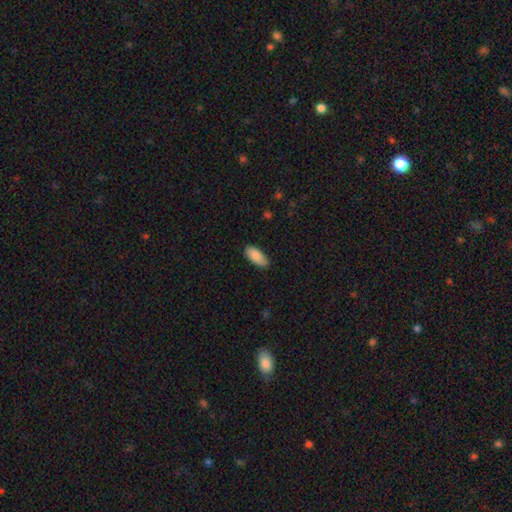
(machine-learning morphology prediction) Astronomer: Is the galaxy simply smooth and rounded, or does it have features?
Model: smooth — 88%.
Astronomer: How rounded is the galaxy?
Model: in between — 91%.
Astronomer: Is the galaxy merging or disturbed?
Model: none — 83%.